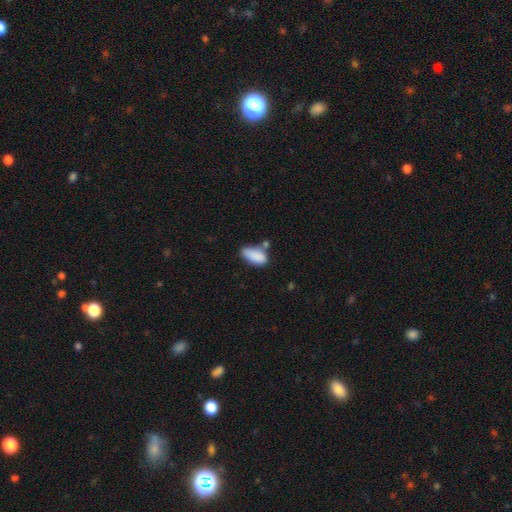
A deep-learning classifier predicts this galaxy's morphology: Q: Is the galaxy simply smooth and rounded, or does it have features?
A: smooth — 86%.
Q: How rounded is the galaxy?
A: in between — 89%.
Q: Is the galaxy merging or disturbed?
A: none — 50%.